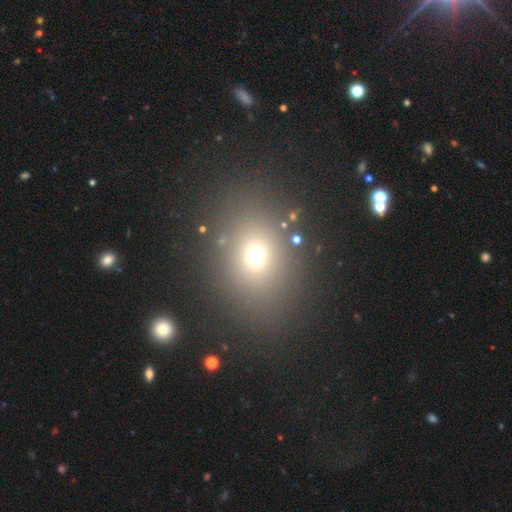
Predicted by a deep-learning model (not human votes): smooth-or-featured: smooth: 68% | star or artifact: 21% | featured or disk: 11%
  how-rounded: round: 53% | in between: 45% | cigar-shaped: 1%
  merging: none: 82% | minor disturbance: 9% | major disturbance: 5% | merger: 4%